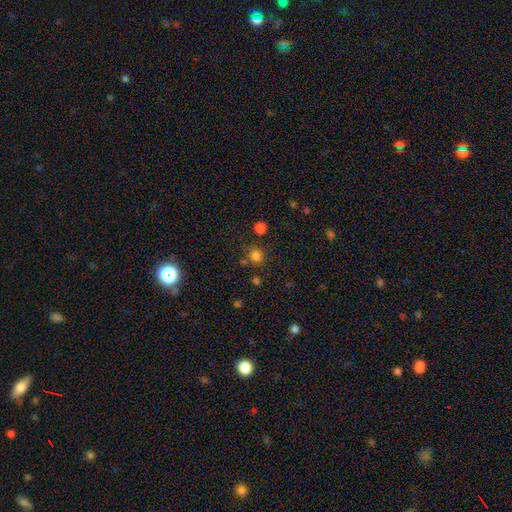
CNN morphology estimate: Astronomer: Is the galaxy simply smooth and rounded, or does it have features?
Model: smooth — 78%.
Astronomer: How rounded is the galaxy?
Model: round — 87%.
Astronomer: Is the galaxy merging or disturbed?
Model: none — 77%.